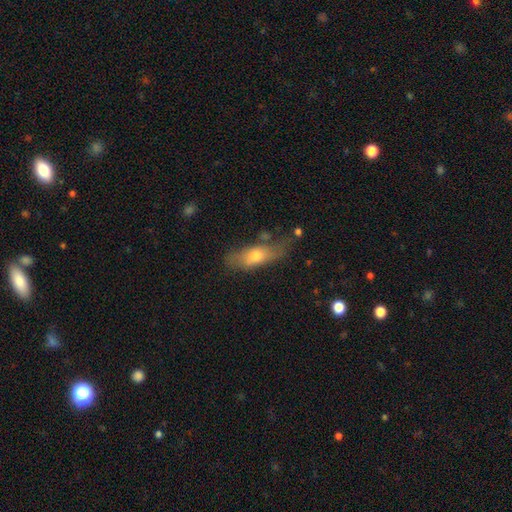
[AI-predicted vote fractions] A smooth galaxy with no disk features (61%) that is in between round and cigar-shaped (64%).

Vote fractions:
- Smooth or featured? smooth: 61% / featured or disk: 31% / star or artifact: 8%
- How rounded? in between: 64% / cigar-shaped: 31% / round: 4%
- Merging? none: 54% / minor disturbance: 27% / major disturbance: 13% / merger: 6%